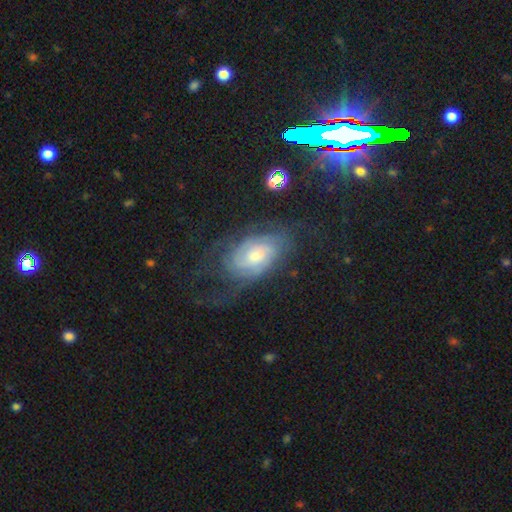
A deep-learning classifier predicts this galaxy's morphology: smooth-or-featured: featured or disk: 76% | smooth: 16% | star or artifact: 8%
  disk-edge-on: no: 95% | yes: 5%
    bar: no: 56% | weak: 37% | strong: 7%
    has-spiral-arms: yes: 93% | no: 7%
      spiral-winding: tight: 58% | medium: 31% | loose: 12%
      spiral-arm-count: can't tell: 43% | 2: 31% | 3: 11% | 4: 6% | 1: 6% | more than 4: 5%
    bulge-size: moderate: 48% | small: 35% | large: 12% | none: 4% | dominant: 2%
  merging: none: 58% | major disturbance: 21% | minor disturbance: 19% | merger: 2%